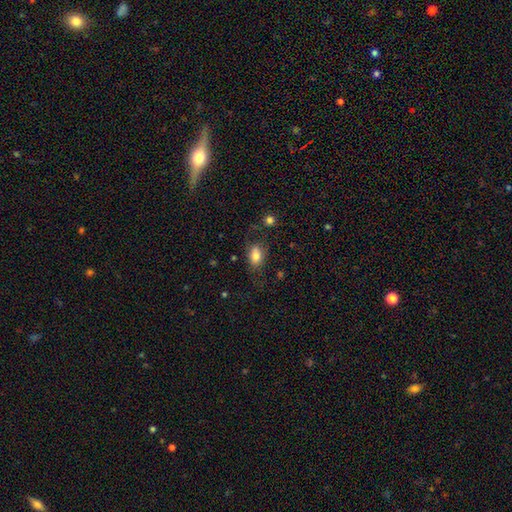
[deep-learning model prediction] smooth 80%, featured or disk 11%, star or artifact 9%. Down the decision tree: how rounded — in between (81%); merging — none (67%).